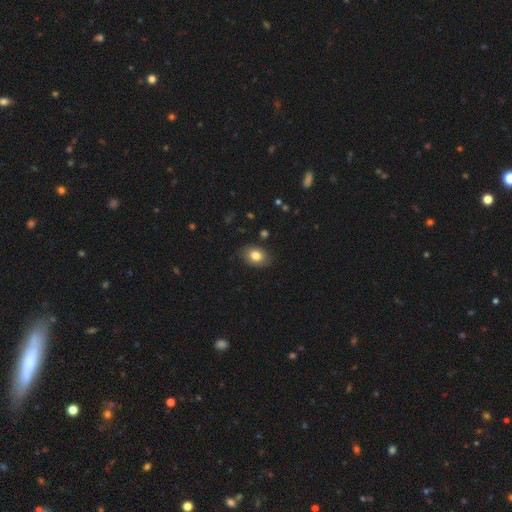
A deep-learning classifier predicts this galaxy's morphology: smooth 80%, featured or disk 11%, star or artifact 9%. Down the decision tree: how rounded — in between (75%); merging — none (84%).